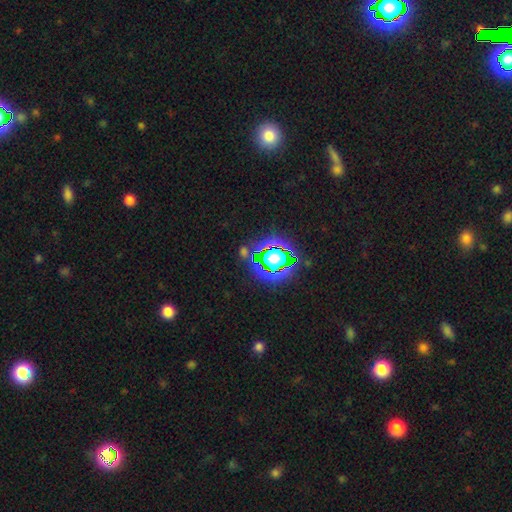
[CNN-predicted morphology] The model was most divided on "smooth or featured": star or artifact: 75%, smooth: 17%, featured or disk: 8%.